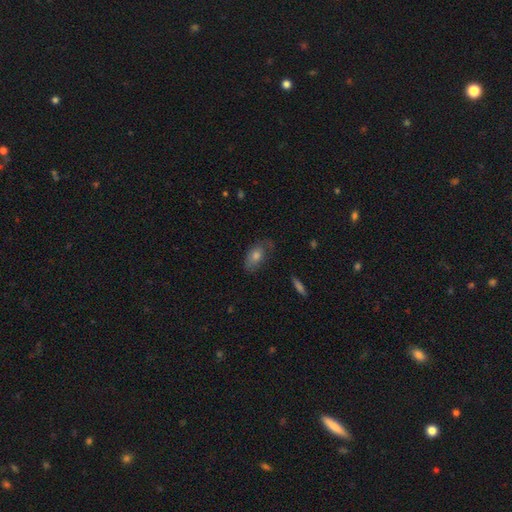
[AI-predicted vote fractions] This appears to be a smooth galaxy with no disk features (58%) that is in between round and cigar-shaped (86%). Merging: none (62%).